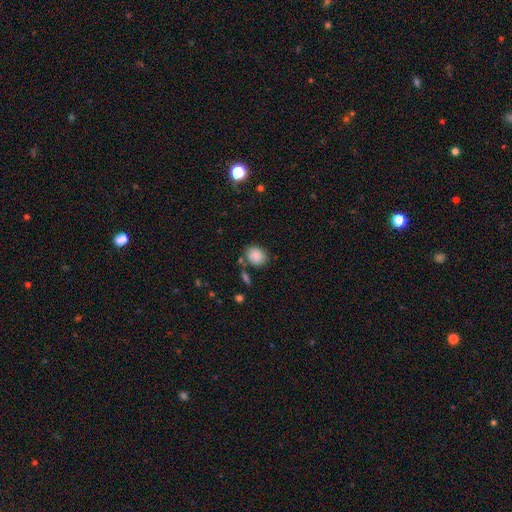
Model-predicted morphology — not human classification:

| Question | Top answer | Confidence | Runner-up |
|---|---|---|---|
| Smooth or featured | smooth | 87% | star or artifact (8%) |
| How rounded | round | 55% | in between (44%) |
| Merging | none | 74% | minor disturbance (14%) |